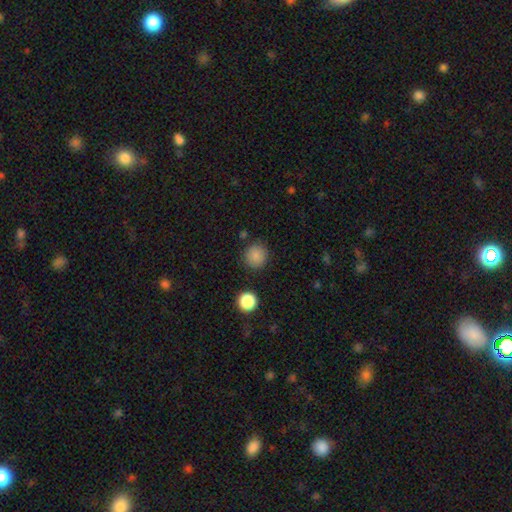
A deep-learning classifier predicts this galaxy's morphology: This is clearly a smooth galaxy (85%). How rounded: clearly round (91%). Merging: clearly none (86%).